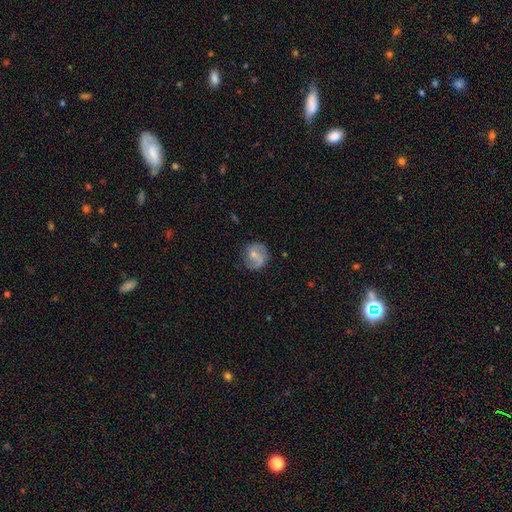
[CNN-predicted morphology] featured or disk 63%, smooth 30%, star or artifact 7%. Down the decision tree: edge-on disk — no (98%); bar — weak (48%); spiral arms — yes (90%); spiral arm count — 2 (84%); spiral winding — medium (43%); bulge size — small (52%); merging — none (77%).